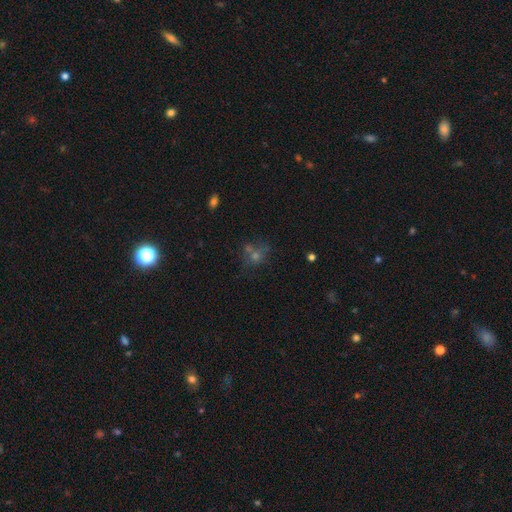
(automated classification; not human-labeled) Morphology: type=smooth (42%); merging=none (56%).